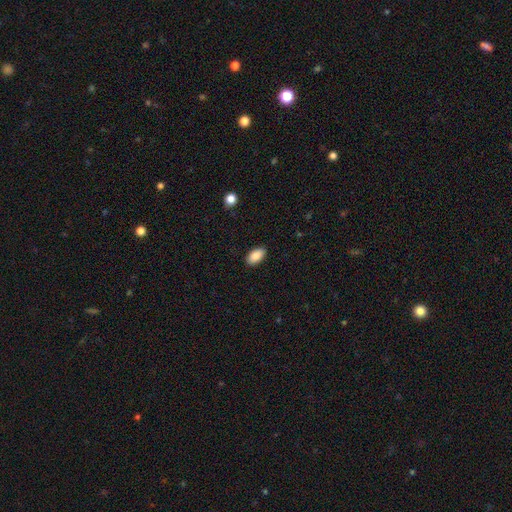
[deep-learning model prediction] smooth 89%, star or artifact 7%, featured or disk 4%. Down the decision tree: how rounded — in between (94%); merging — none (89%).